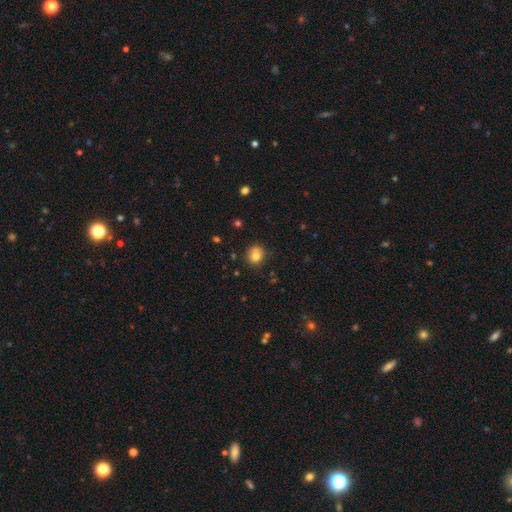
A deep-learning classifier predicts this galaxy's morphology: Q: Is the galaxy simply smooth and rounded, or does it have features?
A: smooth — 80%.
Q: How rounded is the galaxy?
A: round — 81%.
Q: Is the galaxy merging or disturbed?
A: none — 72%.